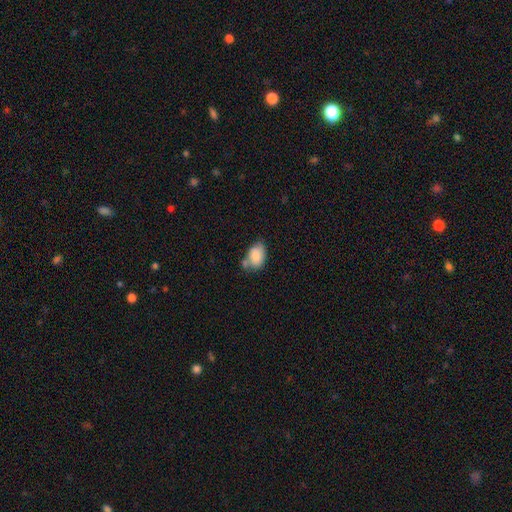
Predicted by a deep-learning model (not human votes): A smooth galaxy with no disk features (82%) that is in between round and cigar-shaped (85%). Merging: none (44%).